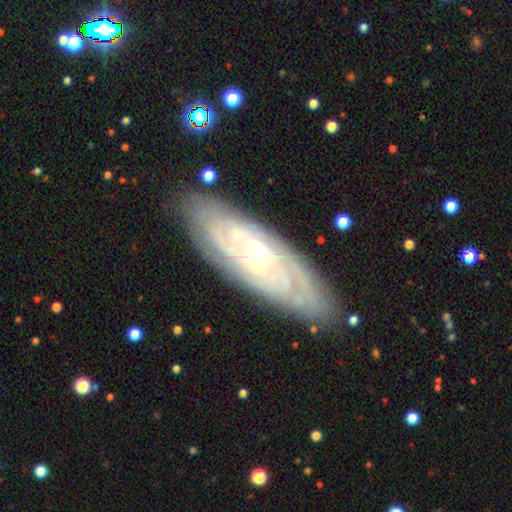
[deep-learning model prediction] A featured or disk galaxy (85%) with no bar (58%), tight (78%) spiral arms (95%) and a moderate central bulge (56%).

Vote fractions:
- Smooth or featured? featured or disk: 85% / smooth: 9% / star or artifact: 6%
- Edge-on disk? no: 84% / yes: 16%
- Bar? no: 58% / weak: 30% / strong: 12%
- Spiral arms? yes: 95% / no: 5%
- Spiral winding? tight: 78% / medium: 18% / loose: 3%
- Spiral arm count? can't tell: 42% / 3: 16% / 2: 16% / 4: 14% / more than 4: 8% / 1: 5%
- Bulge size? moderate: 56% / small: 38% / large: 4% / none: 1% / dominant: 1%
- Merging? none: 84% / minor disturbance: 12% / major disturbance: 3% / merger: 1%